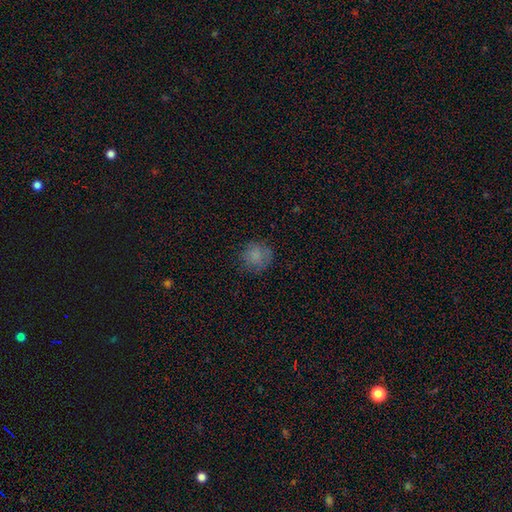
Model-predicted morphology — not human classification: Smooth or featured? Predicted: smooth (p=0.81). How rounded? Predicted: round (p=0.90). Merging? Predicted: none (p=0.80).